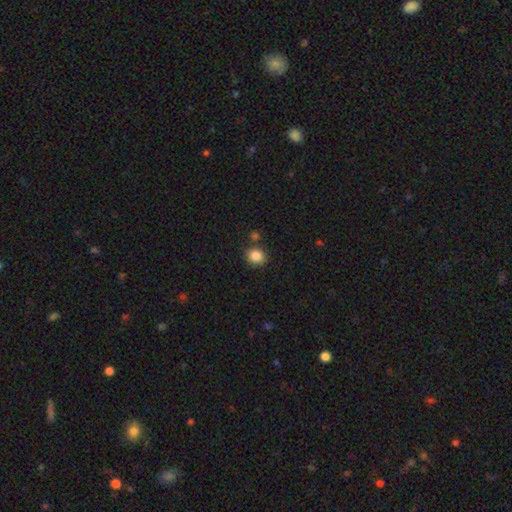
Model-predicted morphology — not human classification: The model was most divided on "how rounded": round: 78%, in between: 21%, cigar-shaped: 1%. More confident: smooth or featured — smooth (87%); merging — none (79%).